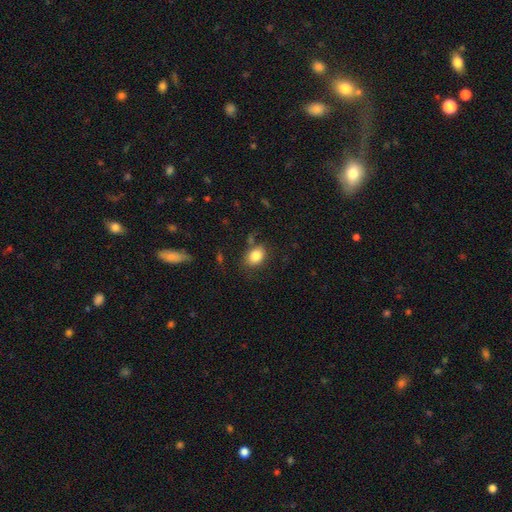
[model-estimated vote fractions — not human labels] Smooth or featured? smooth (84%)
How rounded? in between (69%)
Merging? none (75%)